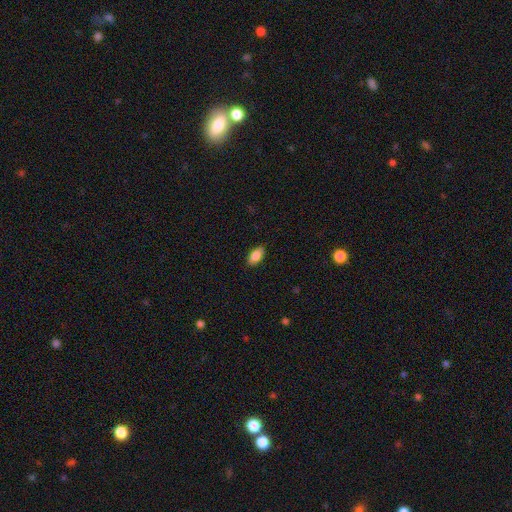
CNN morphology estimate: Q: Smooth or featured?
A: smooth (85%); runner-up: featured or disk (8%)
Q: How rounded?
A: in between (91%); runner-up: cigar-shaped (5%)
Q: Merging?
A: none (87%); runner-up: minor disturbance (10%)